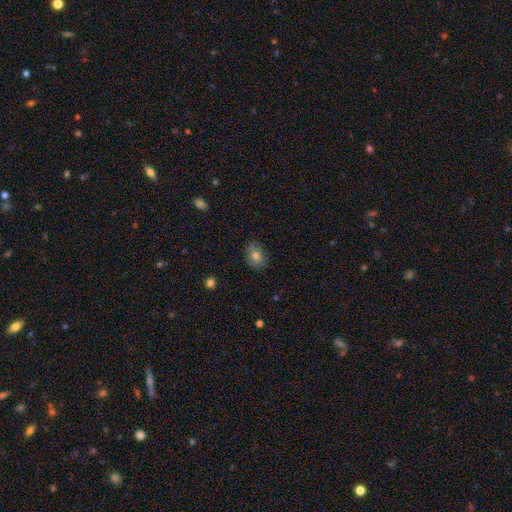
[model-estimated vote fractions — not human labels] Smooth or featured? smooth (76%)
How rounded? in between (66%)
Merging? none (75%)